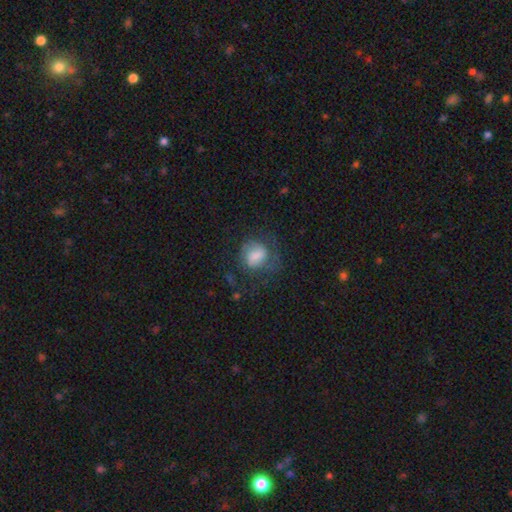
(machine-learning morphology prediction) Smooth or featured? Predicted: smooth (p=0.52). How rounded? Predicted: round (p=0.59). Merging? Predicted: none (p=0.49).